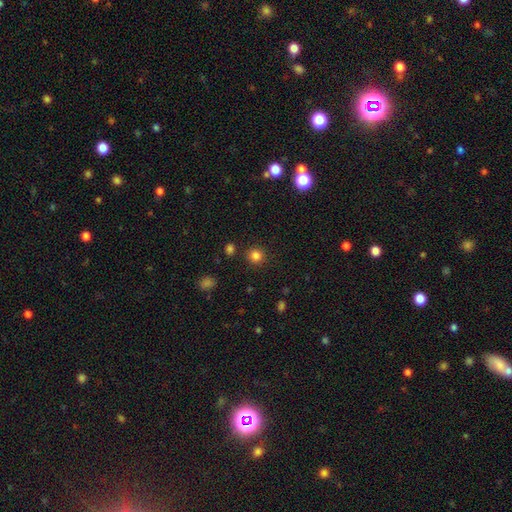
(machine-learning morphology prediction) smooth-or-featured: smooth: 82% | star or artifact: 14% | featured or disk: 4%
  how-rounded: round: 92% | in between: 7% | cigar-shaped: 1%
  merging: none: 89% | minor disturbance: 6% | merger: 2% | major disturbance: 2%